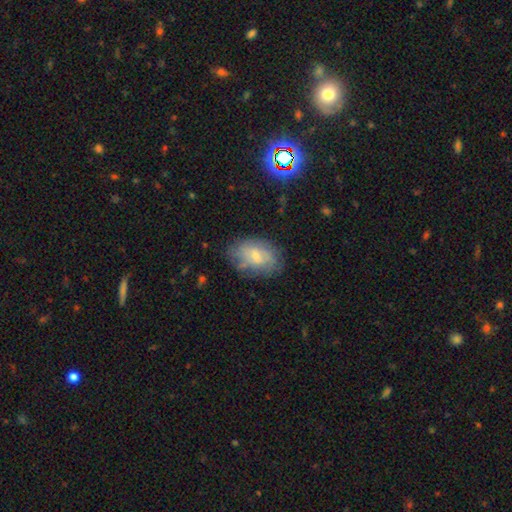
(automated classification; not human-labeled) This appears to be a smooth galaxy with no disk features (52%) that is in between round and cigar-shaped (86%). Merging: none (69%).